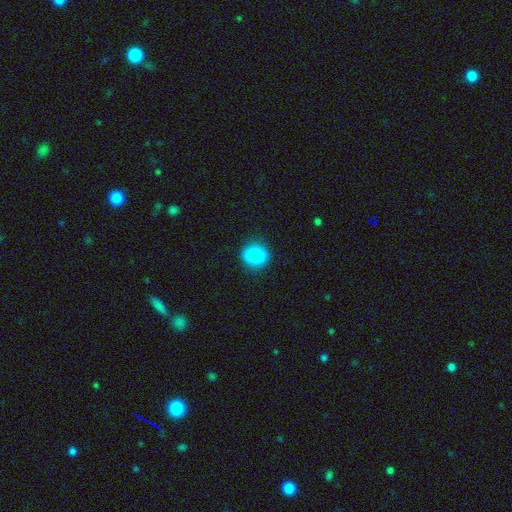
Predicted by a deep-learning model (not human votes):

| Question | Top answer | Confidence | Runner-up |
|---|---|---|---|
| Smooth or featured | smooth | 87% | star or artifact (9%) |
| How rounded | round | 65% | in between (34%) |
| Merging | none | 84% | minor disturbance (12%) |